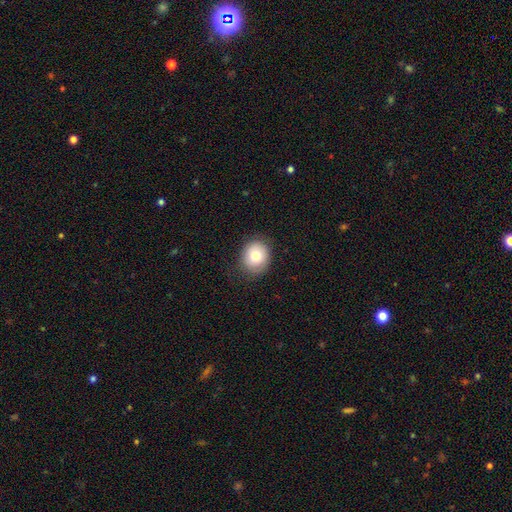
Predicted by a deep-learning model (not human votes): Smooth or featured: smooth — 77% (featured or disk — 14%)
How rounded: round — 71% (in between — 28%)
Merging: none — 83% (minor disturbance — 12%)